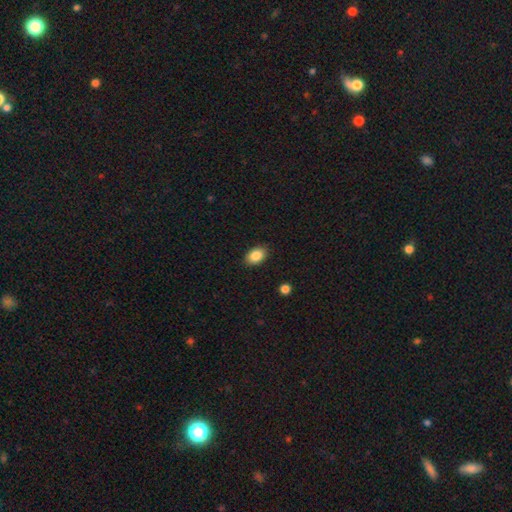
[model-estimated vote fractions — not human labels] Smooth or featured? smooth (87%)
How rounded? in between (86%)
Merging? none (88%)